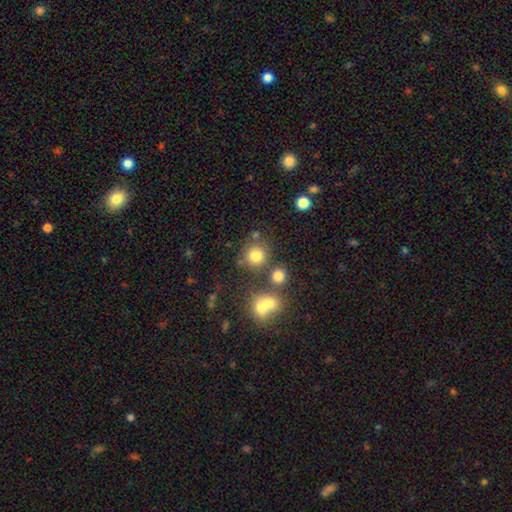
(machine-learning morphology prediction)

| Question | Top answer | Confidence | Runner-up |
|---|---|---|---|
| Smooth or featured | smooth | 78% | star or artifact (15%) |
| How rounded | round | 90% | in between (9%) |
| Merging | none | 71% | merger (15%) |